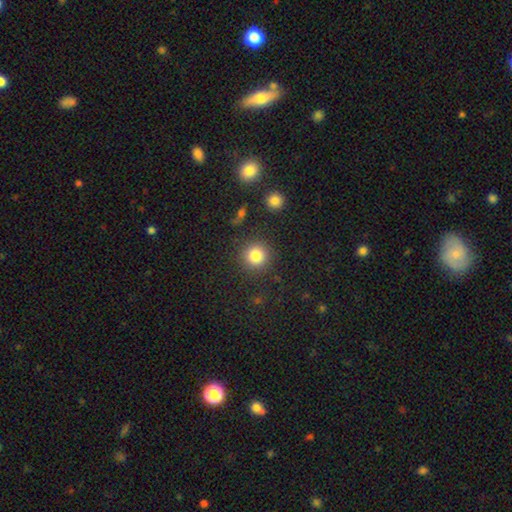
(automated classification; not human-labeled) Q: Smooth or featured?
A: smooth (83%); runner-up: star or artifact (11%)
Q: How rounded?
A: round (93%); runner-up: in between (6%)
Q: Merging?
A: none (88%); runner-up: minor disturbance (7%)